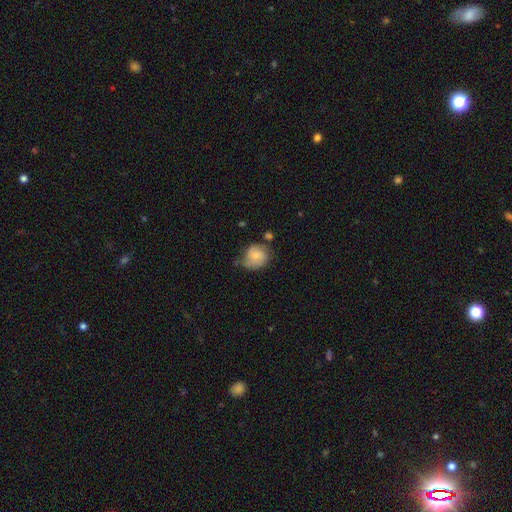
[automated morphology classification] Smooth or featured? Predicted: smooth (p=0.69). How rounded? Predicted: round (p=0.69). Merging? Predicted: none (p=0.45).